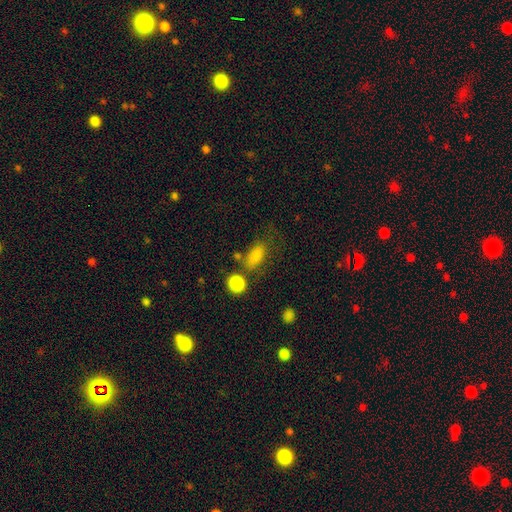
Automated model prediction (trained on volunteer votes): This appears to be a smooth galaxy with no disk features (80%) that is in between round and cigar-shaped (81%). Merging: none (56%).